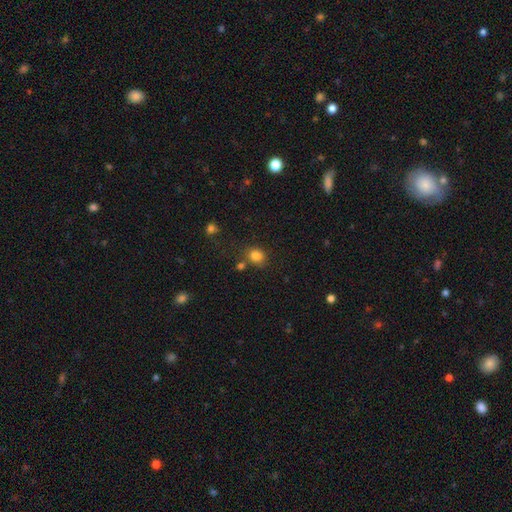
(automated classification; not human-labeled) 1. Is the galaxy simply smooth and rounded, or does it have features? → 82% smooth, 12% star or artifact, 6% featured or disk.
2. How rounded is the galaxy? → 57% round, 42% in between, 1% cigar-shaped.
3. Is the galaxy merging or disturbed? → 67% none, 14% minor disturbance, 13% merger, 5% major disturbance.